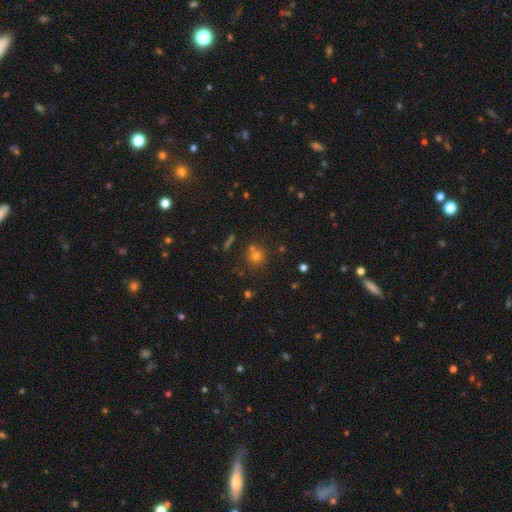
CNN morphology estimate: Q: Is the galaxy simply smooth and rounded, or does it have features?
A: smooth — 66%.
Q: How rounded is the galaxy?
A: round — 89%.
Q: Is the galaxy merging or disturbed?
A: none — 65%.